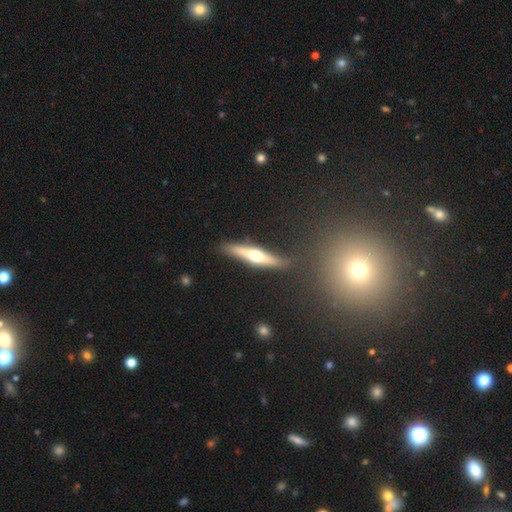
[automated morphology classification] This is possibly a featured or disk galaxy (56%). It is clearly viewed edge-on (93%). Edge-on bulge: clearly rounded (92%). Merging: clearly none (85%).